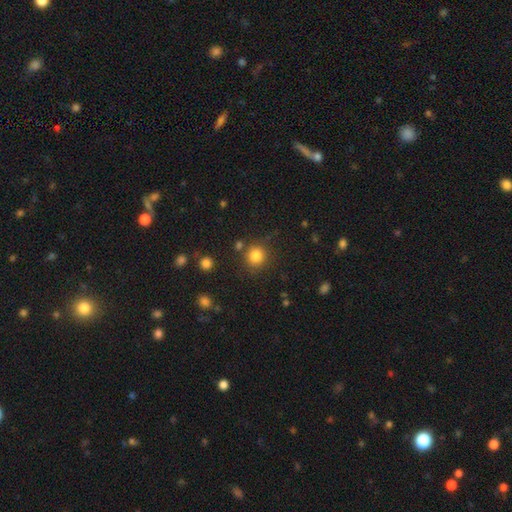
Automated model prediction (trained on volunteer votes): This is clearly a smooth galaxy (83%). How rounded: clearly round (90%). Merging: clearly none (81%).